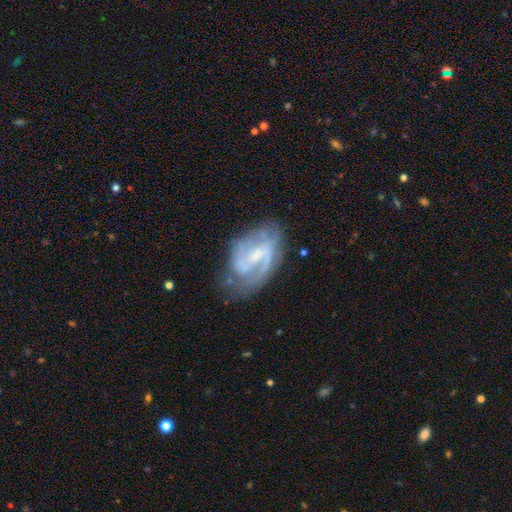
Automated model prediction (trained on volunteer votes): This appears to be a featured or disk galaxy (81%) with a weak bar (53%), 2 (66%) medium (47%) spiral arms (93%) and a small central bulge (51%). Merging: none (63%).